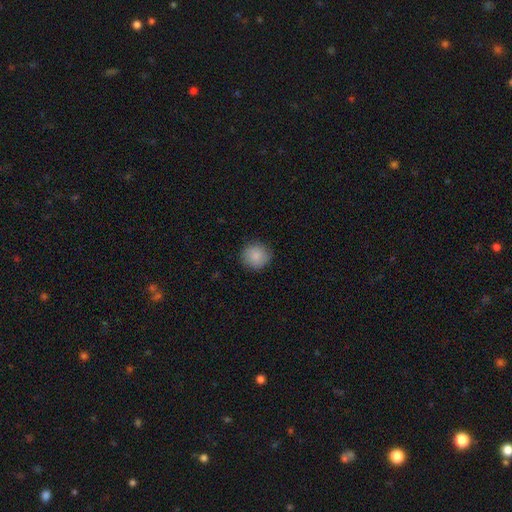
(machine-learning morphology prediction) smooth-or-featured: smooth: 86% | star or artifact: 8% | featured or disk: 6%
  how-rounded: round: 89% | in between: 10% | cigar-shaped: 1%
  merging: none: 86% | minor disturbance: 11% | major disturbance: 3% | merger: 1%